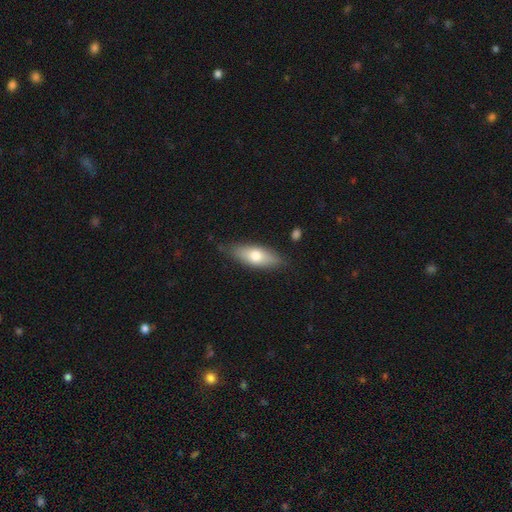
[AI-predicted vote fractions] Overall: smooth (67%; featured or disk 27%). How rounded: in between (67%; cigar-shaped 30%). Merging: none (80%).